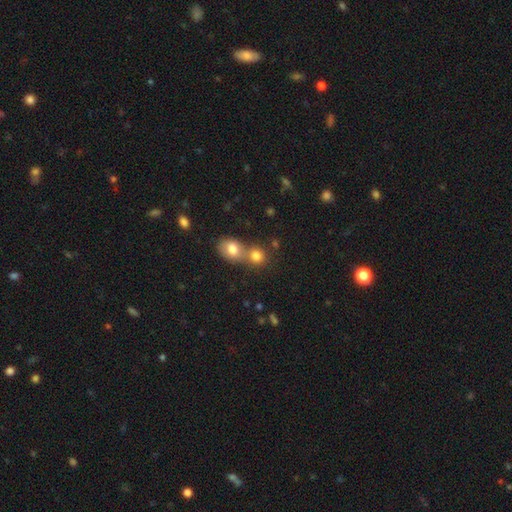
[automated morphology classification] The model was most divided on "merging": merger: 57%, none: 35%, minor disturbance: 6%, major disturbance: 3%. More confident: smooth or featured — smooth (79%); how rounded — round (74%).